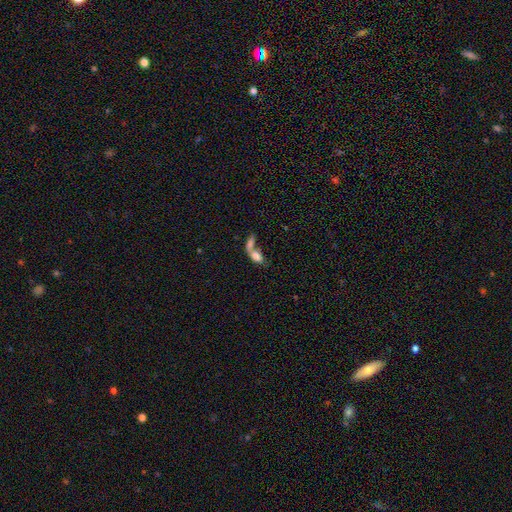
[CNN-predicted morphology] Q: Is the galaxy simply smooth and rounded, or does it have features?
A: smooth — 74%.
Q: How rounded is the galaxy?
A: in between — 83%.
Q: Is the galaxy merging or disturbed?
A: merger — 70%.